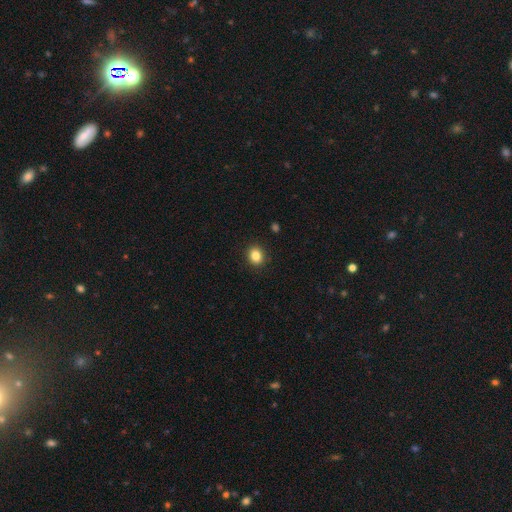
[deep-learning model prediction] smooth 85%, star or artifact 10%, featured or disk 5%. Down the decision tree: how rounded — round (63%); merging — none (91%).